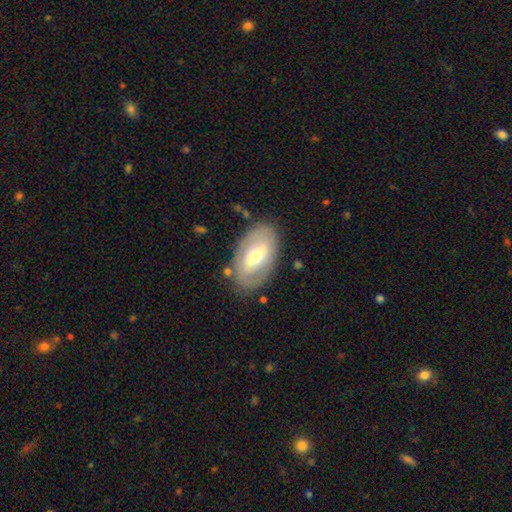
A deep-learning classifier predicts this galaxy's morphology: Smooth or featured? featured or disk (51%)
Edge-on disk? no (89%)
Merging? none (79%)